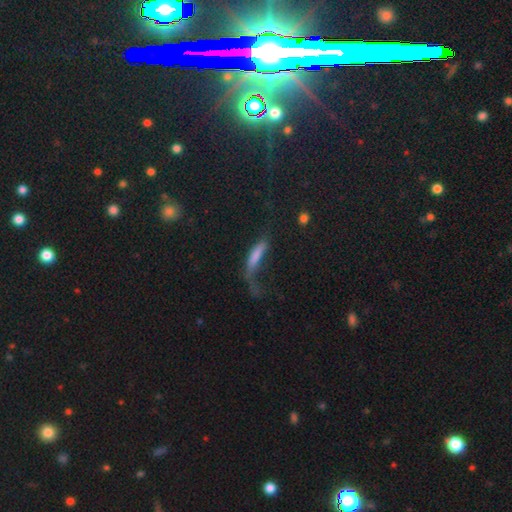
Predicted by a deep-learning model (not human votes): smooth_or_featured: smooth (p=0.71) [alt: featured or disk p=0.20]
how_rounded: cigar-shaped (p=0.74) [alt: in between p=0.23]
merging: major disturbance (p=0.44) [alt: none p=0.28]